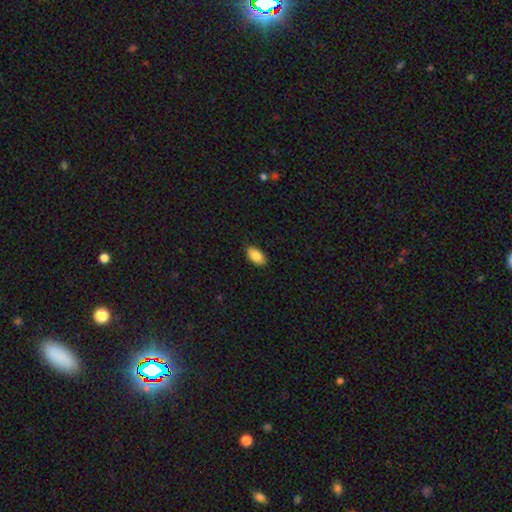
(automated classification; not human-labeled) A smooth galaxy with no disk features (86%) that is in between round and cigar-shaped (94%). Merging: none (89%).